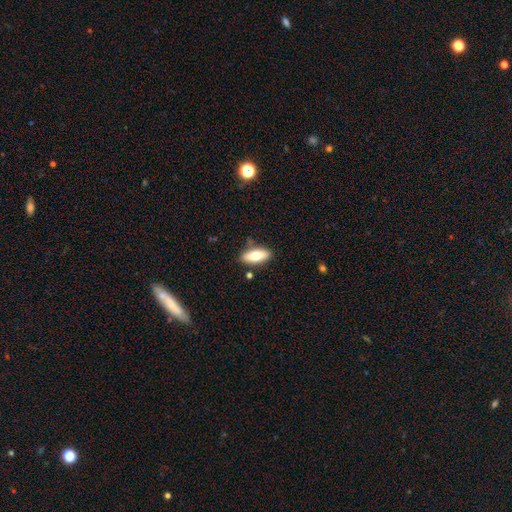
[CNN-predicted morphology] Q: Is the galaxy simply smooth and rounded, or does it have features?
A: smooth — 74%.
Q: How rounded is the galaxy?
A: in between — 79%.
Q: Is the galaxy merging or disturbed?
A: none — 81%.